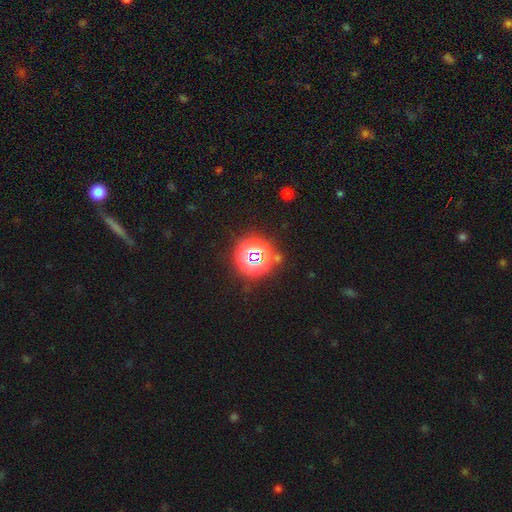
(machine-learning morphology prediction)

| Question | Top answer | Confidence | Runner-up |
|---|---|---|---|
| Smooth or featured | star or artifact | 69% | smooth (22%) |